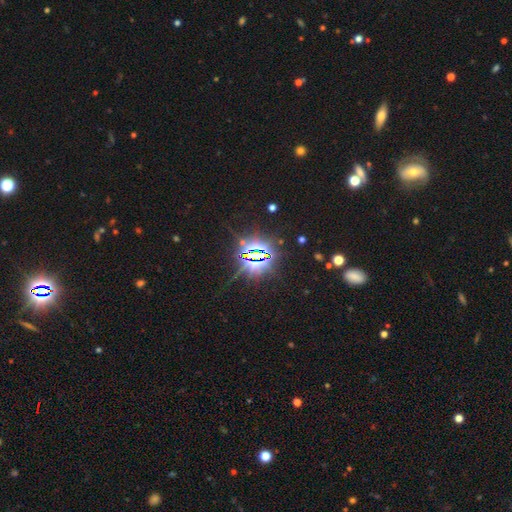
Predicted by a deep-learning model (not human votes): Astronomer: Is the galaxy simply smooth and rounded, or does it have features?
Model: star or artifact — 84%.